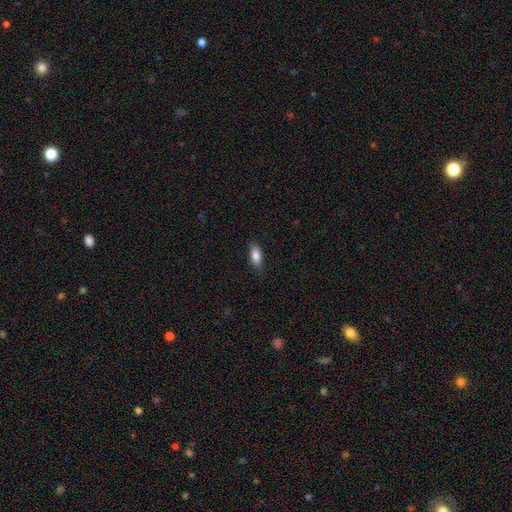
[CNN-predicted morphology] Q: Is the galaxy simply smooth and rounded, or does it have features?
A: smooth — 85%.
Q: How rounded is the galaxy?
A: in between — 84%.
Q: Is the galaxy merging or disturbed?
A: none — 81%.